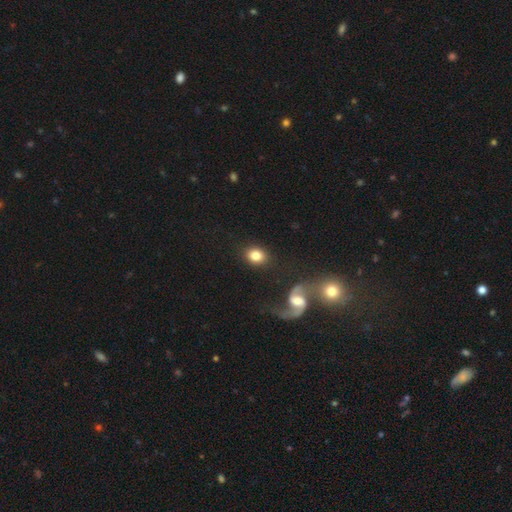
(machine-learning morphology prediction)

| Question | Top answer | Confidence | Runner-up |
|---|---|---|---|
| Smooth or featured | smooth | 80% | featured or disk (12%) |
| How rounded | round | 53% | in between (45%) |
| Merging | none | 82% | minor disturbance (10%) |